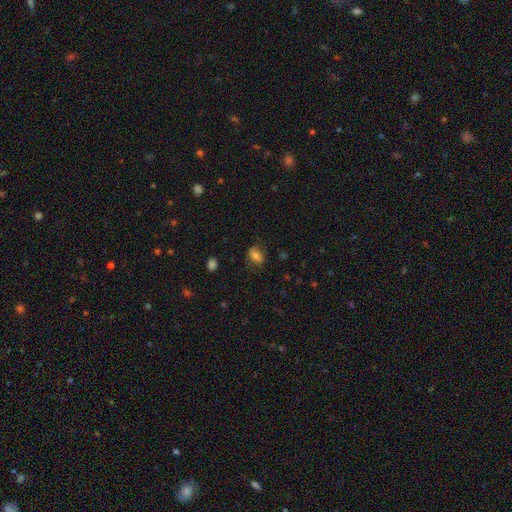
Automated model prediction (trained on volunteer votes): A smooth galaxy with no disk features (73%) that is in between round and cigar-shaped (80%). Merging: none (66%).